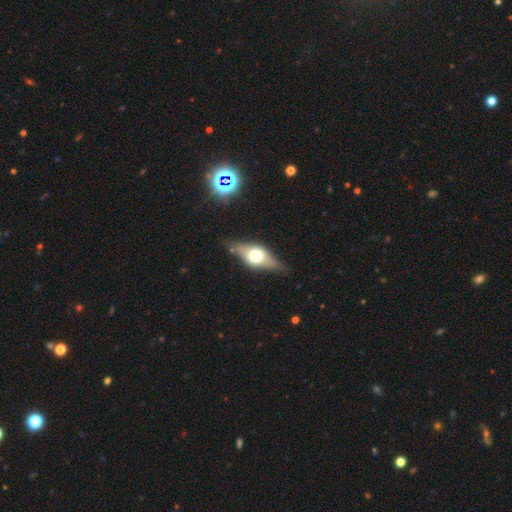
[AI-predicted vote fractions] Smooth or featured: featured or disk — 57% (smooth — 35%)
Edge-on disk: yes — 86% (no — 14%)
Merging: none — 76% (minor disturbance — 17%)